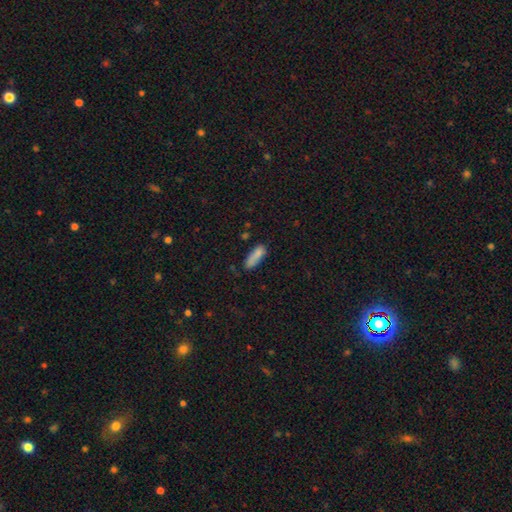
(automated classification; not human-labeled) smooth_or_featured: smooth (p=0.83) [alt: featured or disk p=0.09]
how_rounded: in between (p=0.63) [alt: cigar-shaped p=0.34]
merging: none (p=0.65) [alt: minor disturbance p=0.23]